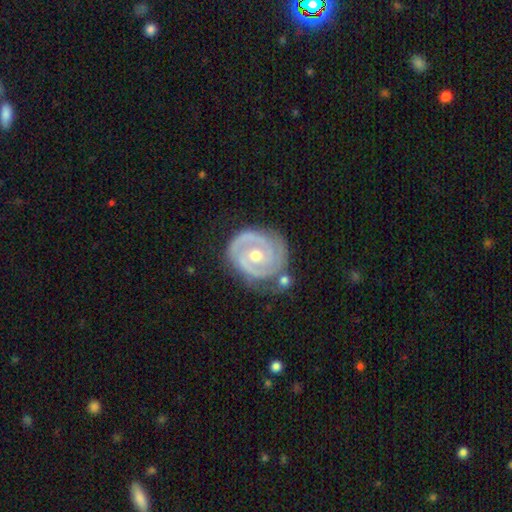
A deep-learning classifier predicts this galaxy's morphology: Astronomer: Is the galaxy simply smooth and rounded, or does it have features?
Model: featured or disk — 88%.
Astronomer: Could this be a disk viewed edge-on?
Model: no — 98%.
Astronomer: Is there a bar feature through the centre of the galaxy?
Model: no — 62%.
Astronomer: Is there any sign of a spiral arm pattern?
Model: yes — 96%.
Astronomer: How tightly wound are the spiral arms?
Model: tight — 75%.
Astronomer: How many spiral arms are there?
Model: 2 — 56%.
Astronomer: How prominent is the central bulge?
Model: moderate — 66%.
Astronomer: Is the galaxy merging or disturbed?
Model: none — 67%.